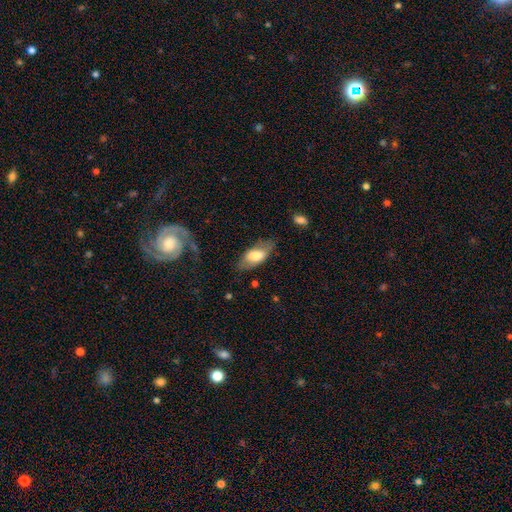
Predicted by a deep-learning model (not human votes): Morphology: type=smooth (64%); roundness=in between (86%); merging=none (70%).